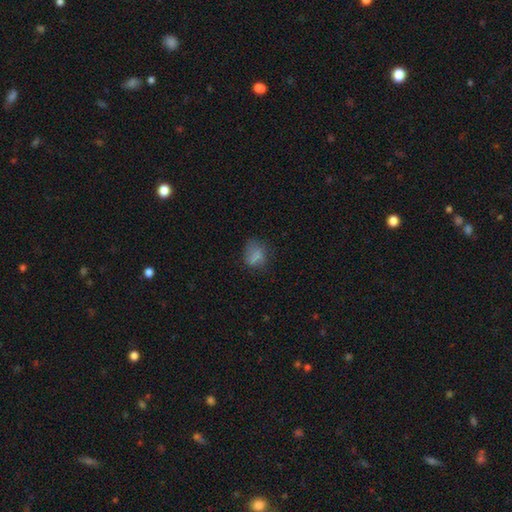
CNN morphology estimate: type=smooth (73%); roundness=in between (58%); merging=none (50%).